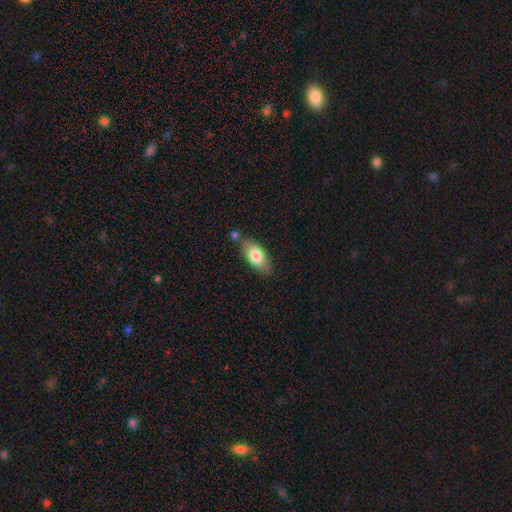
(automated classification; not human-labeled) Morphology: type=smooth (78%); roundness=in between (90%); merging=none (70%).